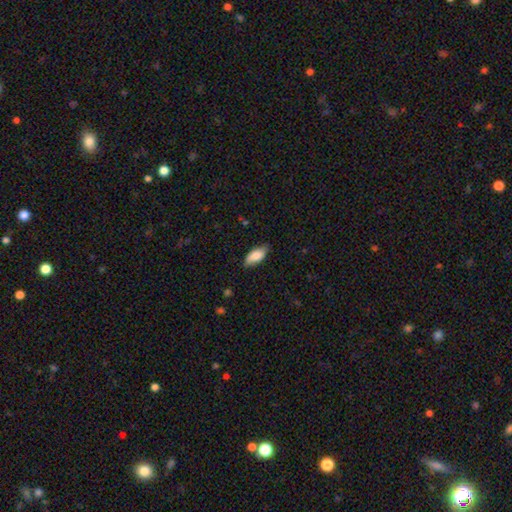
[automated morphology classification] smooth-or-featured: smooth: 82% | featured or disk: 12% | star or artifact: 6%
  how-rounded: in between: 87% | cigar-shaped: 11% | round: 2%
  merging: none: 76% | minor disturbance: 20% | major disturbance: 3% | merger: 1%